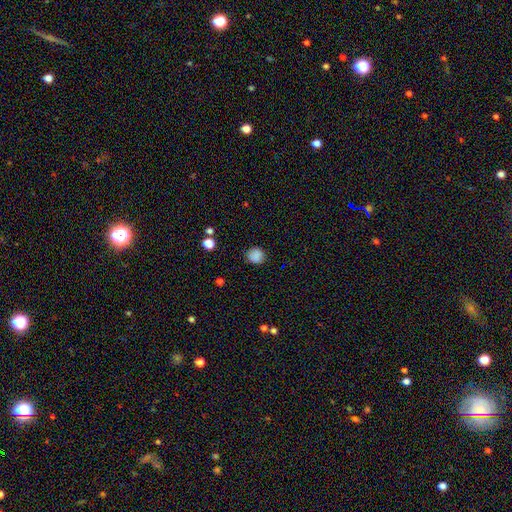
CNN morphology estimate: This appears to be a smooth galaxy with no disk features (86%) that is round (88%). Merging: none (86%).